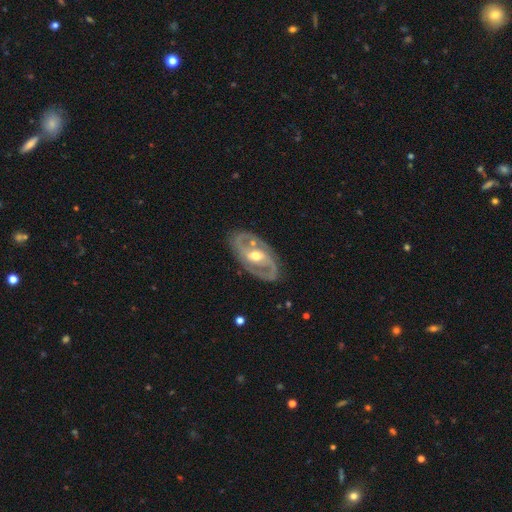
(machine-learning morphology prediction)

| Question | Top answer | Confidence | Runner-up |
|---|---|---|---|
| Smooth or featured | featured or disk | 86% | smooth (9%) |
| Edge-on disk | no | 95% | yes (5%) |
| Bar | weak | 41% | no (31%) |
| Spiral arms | yes | 88% | no (12%) |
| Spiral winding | medium | 51% | tight (32%) |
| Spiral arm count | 2 | 88% | can't tell (5%) |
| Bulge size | moderate | 73% | small (20%) |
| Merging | none | 82% | minor disturbance (12%) |